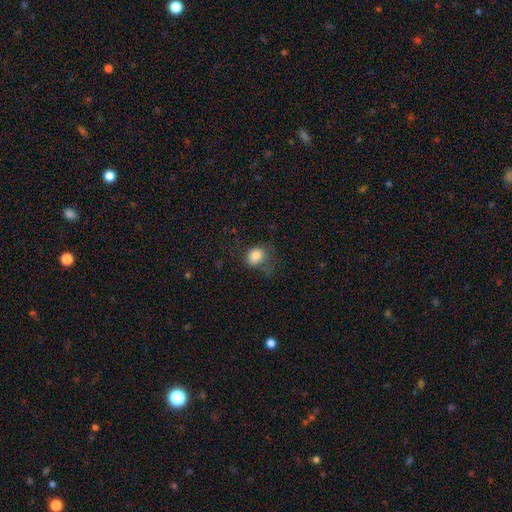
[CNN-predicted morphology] Q: Smooth or featured?
A: smooth (82%); runner-up: star or artifact (10%)
Q: How rounded?
A: round (63%); runner-up: in between (36%)
Q: Merging?
A: none (49%); runner-up: minor disturbance (26%)